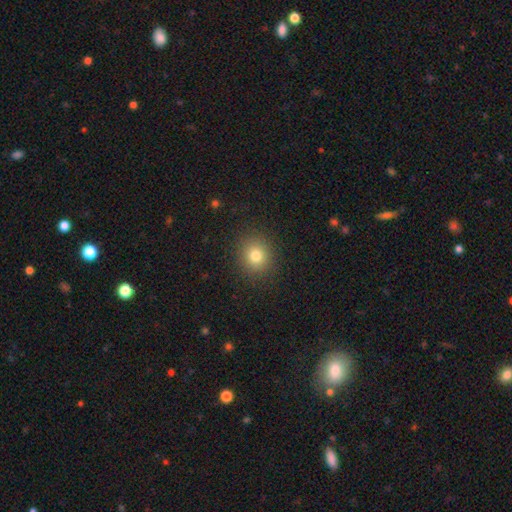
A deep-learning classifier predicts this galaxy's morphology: type=smooth (79%); roundness=round (83%); merging=none (90%).